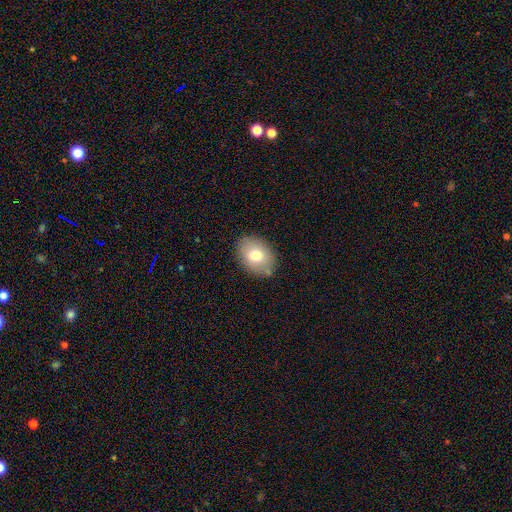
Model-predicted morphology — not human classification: smooth-or-featured: smooth: 75% | featured or disk: 17% | star or artifact: 8%
  how-rounded: in between: 74% | round: 25% | cigar-shaped: 1%
  merging: none: 83% | minor disturbance: 12% | major disturbance: 3% | merger: 2%